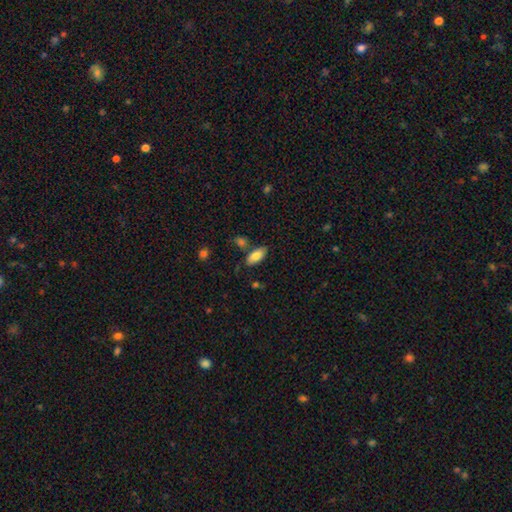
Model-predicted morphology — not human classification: Smooth or featured? smooth (82%)
How rounded? in between (90%)
Merging? none (75%)